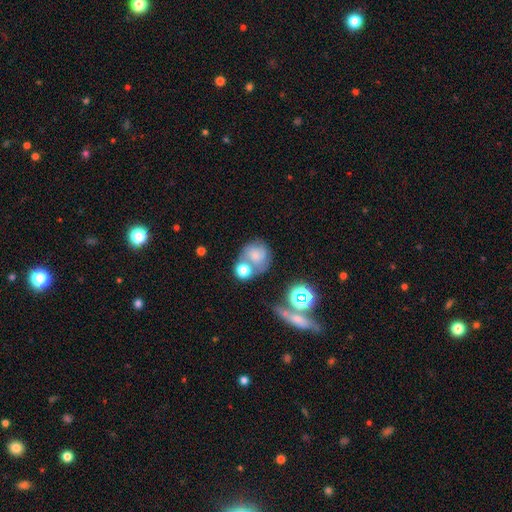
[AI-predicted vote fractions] The model was most divided on "merging": merger: 37%, none: 36%, minor disturbance: 16%, major disturbance: 11%. More confident: how rounded — round (76%); smooth or featured — smooth (55%).